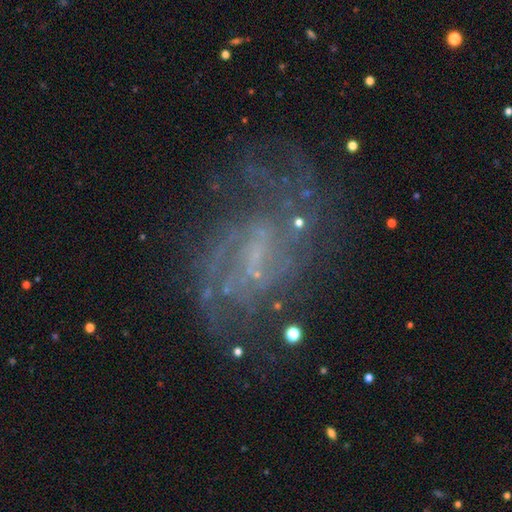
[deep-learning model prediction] Smooth or featured: featured or disk — 76% (star or artifact — 14%)
Edge-on disk: no — 96% (yes — 4%)
Bar: weak — 47% (no — 30%)
Spiral arms: yes — 82% (no — 18%)
Spiral winding: medium — 41% (loose — 30%)
Spiral arm count: can't tell — 41% (2 — 34%)
Bulge size: none — 54% (small — 32%)
Merging: none — 60% (major disturbance — 19%)